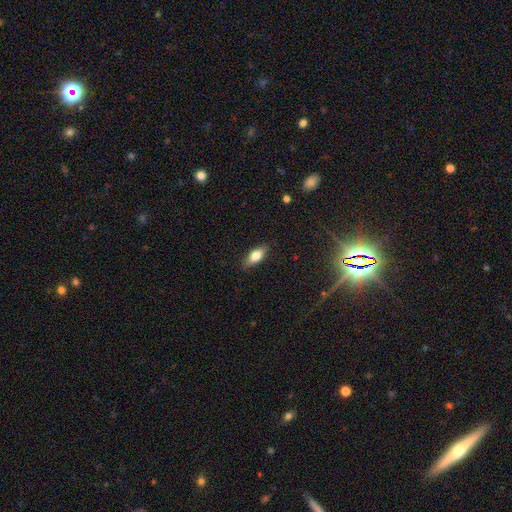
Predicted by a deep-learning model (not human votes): Q: Smooth or featured?
A: smooth (66%); runner-up: featured or disk (26%)
Q: How rounded?
A: in between (73%); runner-up: cigar-shaped (22%)
Q: Merging?
A: none (85%); runner-up: minor disturbance (11%)